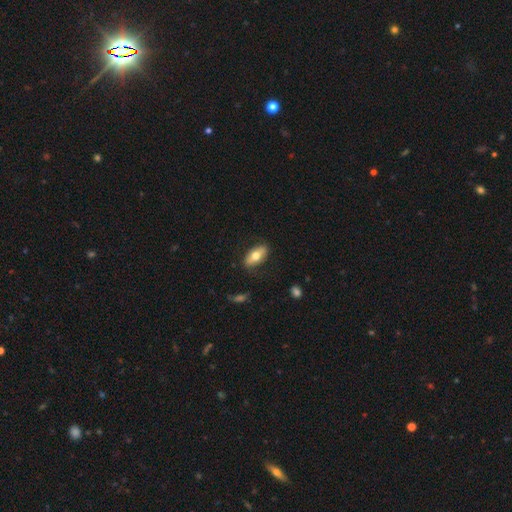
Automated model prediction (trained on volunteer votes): smooth_or_featured: smooth (p=0.65) [alt: featured or disk p=0.29]
how_rounded: in between (p=0.84) [alt: cigar-shaped p=0.12]
merging: none (p=0.82) [alt: minor disturbance p=0.13]